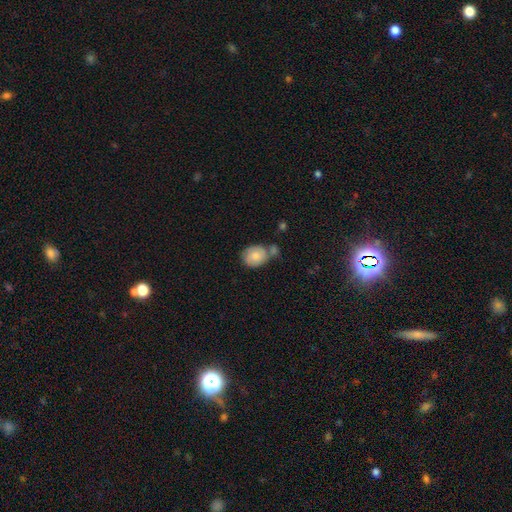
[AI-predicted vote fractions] This appears to be a smooth galaxy with no disk features (68%) that is round (49%, tied with in between). Merging: none (40%).